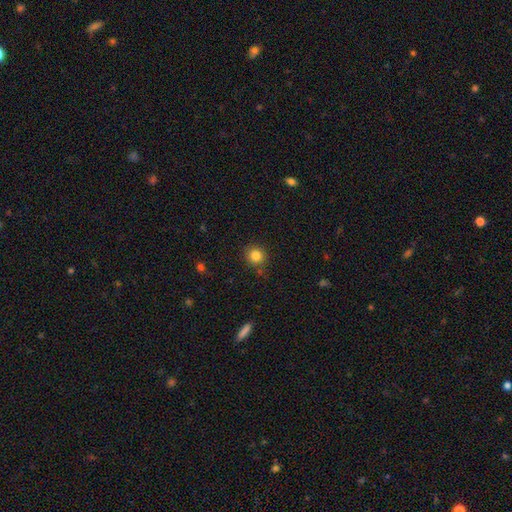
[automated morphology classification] Smooth or featured: smooth — 84% (star or artifact — 11%)
How rounded: round — 90% (in between — 10%)
Merging: none — 85% (minor disturbance — 9%)